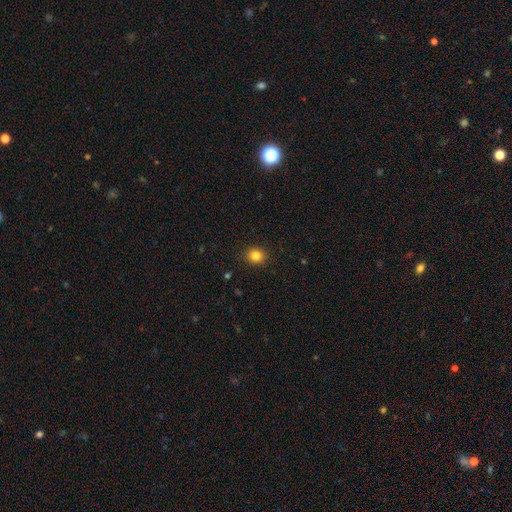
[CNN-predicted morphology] This appears to be a smooth galaxy with no disk features (83%) that is round (75%). Merging: none (91%).